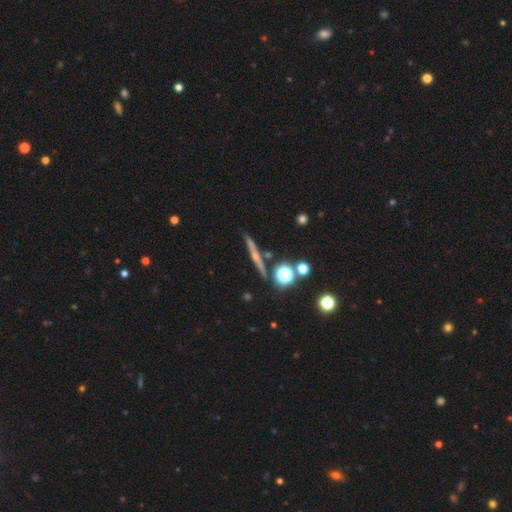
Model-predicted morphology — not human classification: Smooth or featured? Predicted: featured or disk (p=0.53). Edge-on disk? Predicted: yes (p=0.95). Edge-on bulge? Predicted: rounded (p=0.48). Merging? Predicted: none (p=0.84).